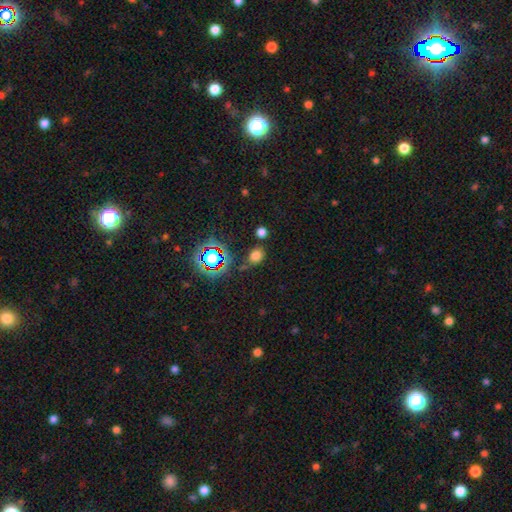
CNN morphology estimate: This appears to be a smooth galaxy with no disk features (70%) that is round (51%). Merging: none (76%).